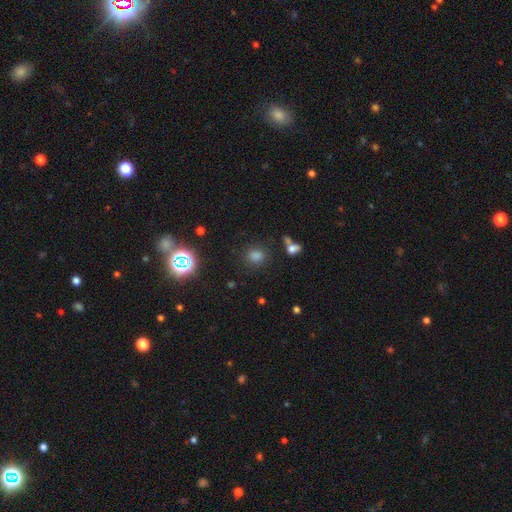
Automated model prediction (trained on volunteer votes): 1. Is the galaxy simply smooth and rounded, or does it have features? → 67% smooth, 27% star or artifact, 6% featured or disk.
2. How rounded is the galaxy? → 77% round, 22% in between, 2% cigar-shaped.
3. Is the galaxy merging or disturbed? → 80% none, 9% minor disturbance, 6% merger, 4% major disturbance.